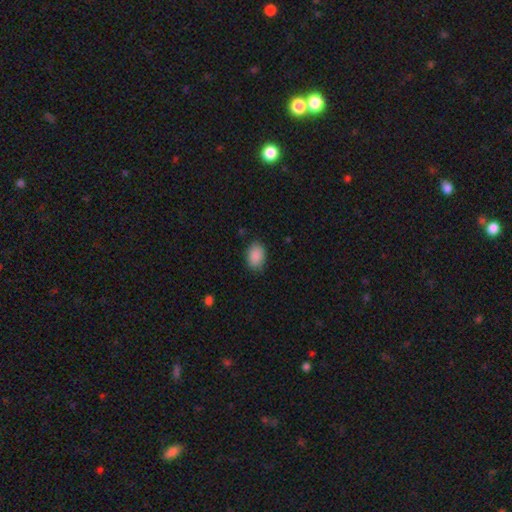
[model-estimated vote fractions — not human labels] Morphology: type=smooth (90%); roundness=in between (83%); merging=none (83%).